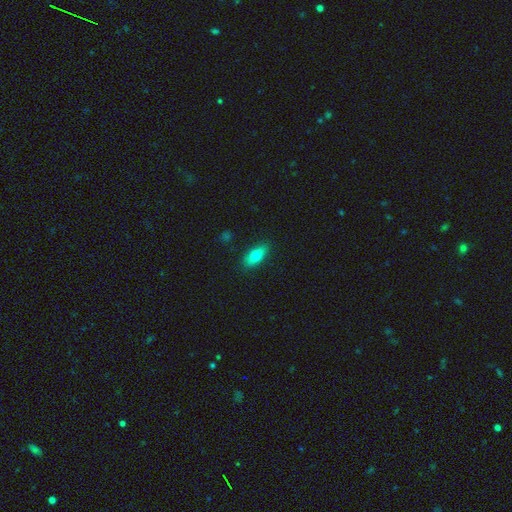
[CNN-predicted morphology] smooth-or-featured: smooth: 74% | featured or disk: 19% | star or artifact: 7%
  how-rounded: in between: 77% | cigar-shaped: 19% | round: 5%
  merging: none: 86% | minor disturbance: 10% | major disturbance: 2% | merger: 1%